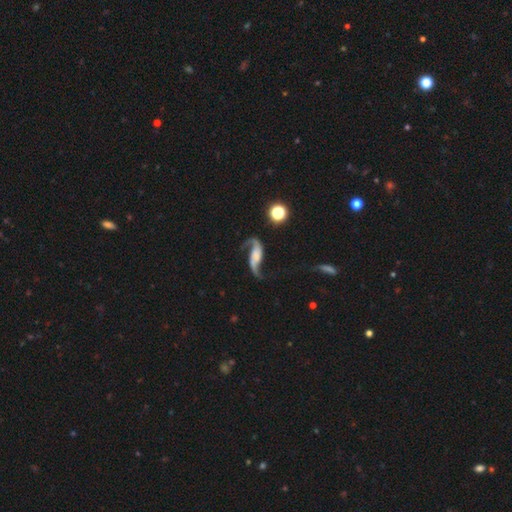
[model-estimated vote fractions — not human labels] Smooth or featured?
  - featured or disk: 86% *
  - smooth: 8%
  - star or artifact: 6%
Edge-on disk?
  - no: 95% *
  - yes: 5%
Bar?
  - no: 47% *
  - weak: 31%
  - strong: 23%
Spiral arms?
  - yes: 96% *
  - no: 4%
Spiral winding?
  - loose: 87% *
  - medium: 11%
  - tight: 3%
Spiral arm count?
  - 2: 93% *
  - 1: 3%
  - can't tell: 1%
  - 3: 1%
  - 4: 1%
  - more than 4: 1%
Bulge size?
  - none: 49% *
  - small: 17%
  - large: 14%
  - moderate: 13%
  - dominant: 7%
Merging?
  - none: 66% *
  - minor disturbance: 16%
  - major disturbance: 14%
  - merger: 5%